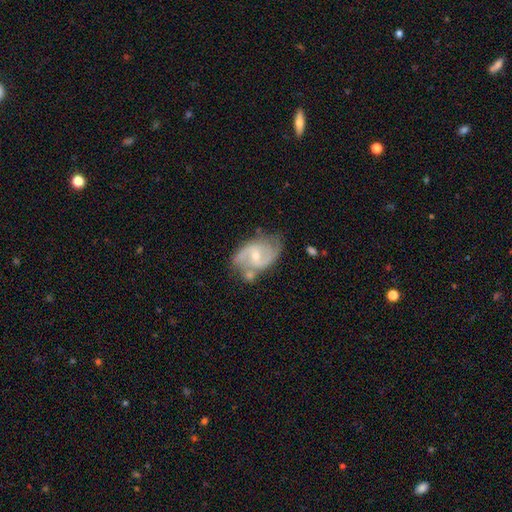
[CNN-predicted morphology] A featured or disk galaxy (84%) with a weak bar (51%), 2 (88%) medium (55%) spiral arms (95%) and a small central bulge (52%).

Vote fractions:
- Smooth or featured? featured or disk: 84% / smooth: 10% / star or artifact: 5%
- Edge-on disk? no: 97% / yes: 3%
- Bar? weak: 51% / no: 36% / strong: 12%
- Spiral arms? yes: 95% / no: 5%
- Spiral winding? medium: 55% / loose: 26% / tight: 19%
- Spiral arm count? 2: 88% / can't tell: 5% / 3: 3% / 1: 2% / 4: 1% / more than 4: 1%
- Bulge size? small: 52% / moderate: 44% / none: 1% / large: 1% / dominant: 1%
- Merging? none: 57% / minor disturbance: 21% / merger: 15% / major disturbance: 7%